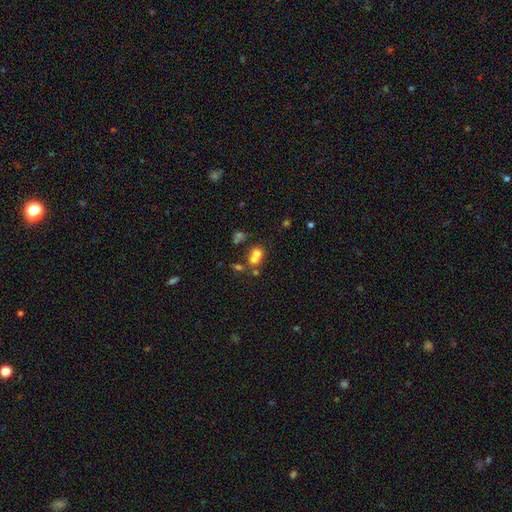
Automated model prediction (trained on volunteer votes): A smooth galaxy with no disk features (63%) that is round (65%). Merging: merger (59%).